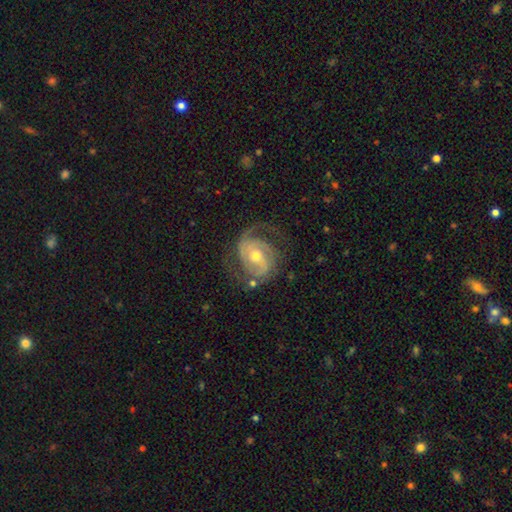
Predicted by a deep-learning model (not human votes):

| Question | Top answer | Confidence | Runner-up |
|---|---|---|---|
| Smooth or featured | featured or disk | 88% | smooth (7%) |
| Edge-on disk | no | 97% | yes (3%) |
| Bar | no | 43% | weak (39%) |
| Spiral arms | yes | 96% | no (4%) |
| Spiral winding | medium | 46% | tight (38%) |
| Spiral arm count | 2 | 70% | 3 (13%) |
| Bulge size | moderate | 59% | small (37%) |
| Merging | none | 66% | minor disturbance (18%) |